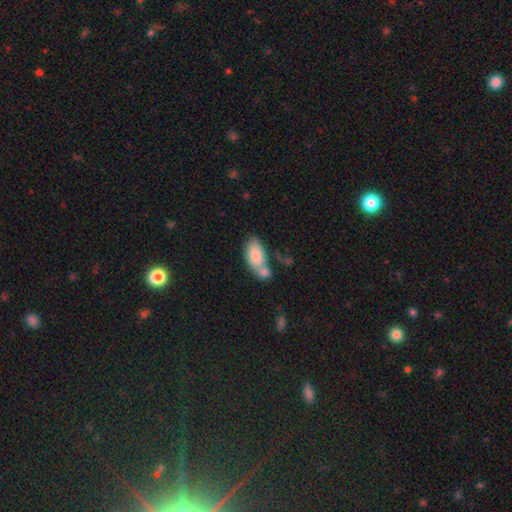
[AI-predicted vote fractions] The model was most divided on "merging": merger: 43%, none: 35%, minor disturbance: 15%, major disturbance: 7%. More confident: how rounded — in between (92%); smooth or featured — smooth (80%).